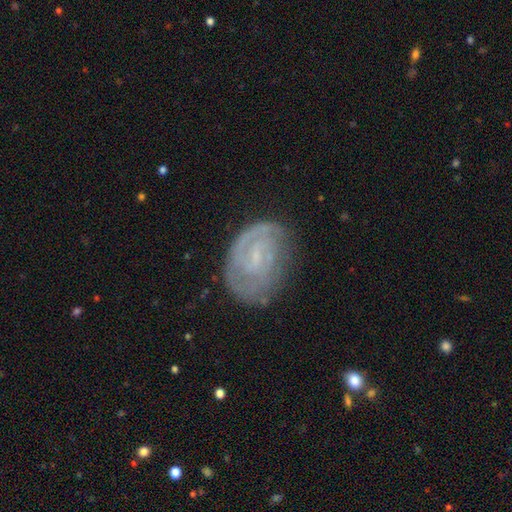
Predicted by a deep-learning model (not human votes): A featured or disk galaxy (73%) with a weak bar (49%), 2 (42%) tight (62%) spiral arms (86%) and a small central bulge (62%).

Vote fractions:
- Smooth or featured? featured or disk: 73% / smooth: 18% / star or artifact: 8%
- Edge-on disk? no: 97% / yes: 3%
- Bar? weak: 49% / no: 38% / strong: 13%
- Spiral arms? yes: 86% / no: 14%
- Spiral winding? tight: 62% / medium: 28% / loose: 10%
- Spiral arm count? 2: 42% / can't tell: 33% / 1: 11% / 3: 8% / 4: 3% / more than 4: 3%
- Bulge size? small: 62% / none: 22% / moderate: 13% / large: 1% / dominant: 1%
- Merging? none: 69% / minor disturbance: 20% / major disturbance: 10% / merger: 2%